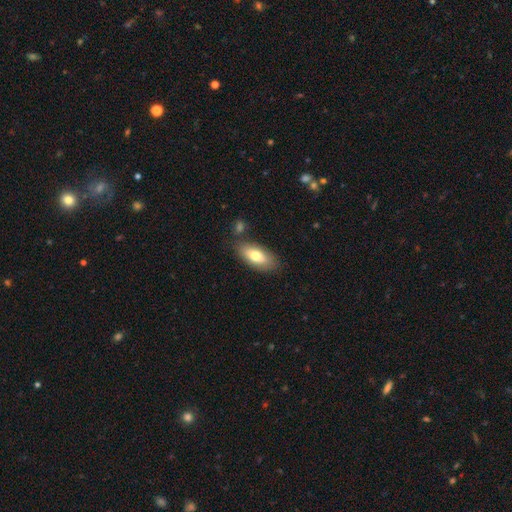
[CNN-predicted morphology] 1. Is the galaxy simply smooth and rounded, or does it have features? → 71% smooth, 23% featured or disk, 6% star or artifact.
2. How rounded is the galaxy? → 86% in between, 11% cigar-shaped, 3% round.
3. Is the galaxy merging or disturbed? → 75% none, 14% minor disturbance, 7% merger, 4% major disturbance.